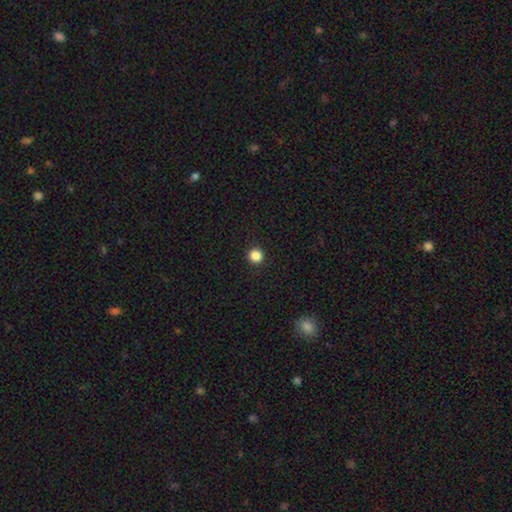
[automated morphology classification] The model was most divided on "smooth or featured": smooth: 85%, star or artifact: 11%, featured or disk: 3%. More confident: how rounded — round (95%); merging — none (93%).